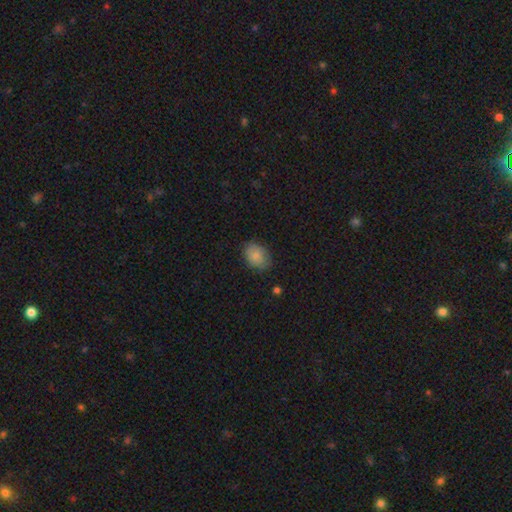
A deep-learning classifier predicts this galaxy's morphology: Smooth or featured: smooth — 83% (featured or disk — 9%)
How rounded: in between — 71% (round — 28%)
Merging: none — 77% (minor disturbance — 18%)